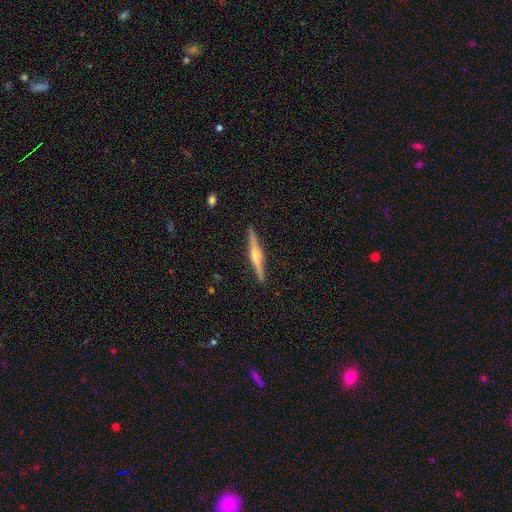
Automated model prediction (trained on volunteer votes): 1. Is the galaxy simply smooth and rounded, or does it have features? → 75% featured or disk, 20% smooth, 5% star or artifact.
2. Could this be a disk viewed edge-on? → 98% yes, 2% no.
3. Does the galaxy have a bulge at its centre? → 87% rounded, 8% boxy, 5% none.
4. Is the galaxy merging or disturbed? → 92% none, 6% minor disturbance, 1% major disturbance, 1% merger.